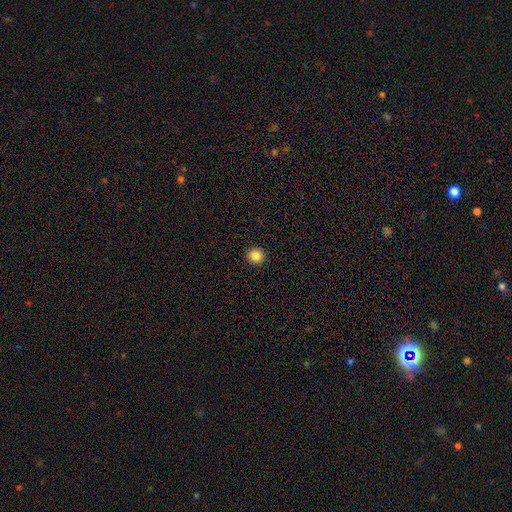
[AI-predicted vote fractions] Smooth or featured?
  - smooth: 86% *
  - star or artifact: 11%
  - featured or disk: 3%
How rounded?
  - round: 95% *
  - in between: 4%
  - cigar-shaped: 1%
Merging?
  - none: 93% *
  - minor disturbance: 4%
  - major disturbance: 2%
  - merger: 1%